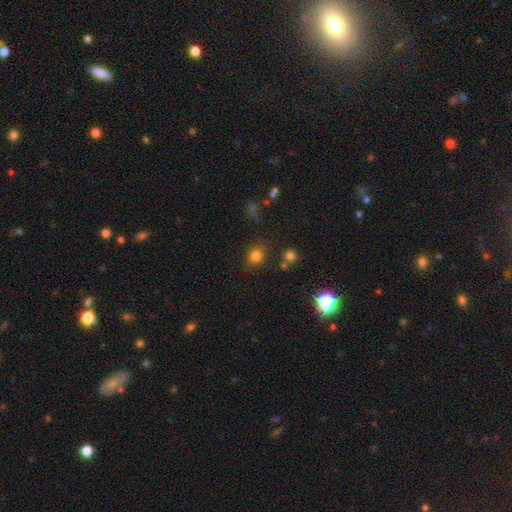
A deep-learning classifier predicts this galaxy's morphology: A smooth galaxy with no disk features (79%) that is round (81%). Merging: none (80%).